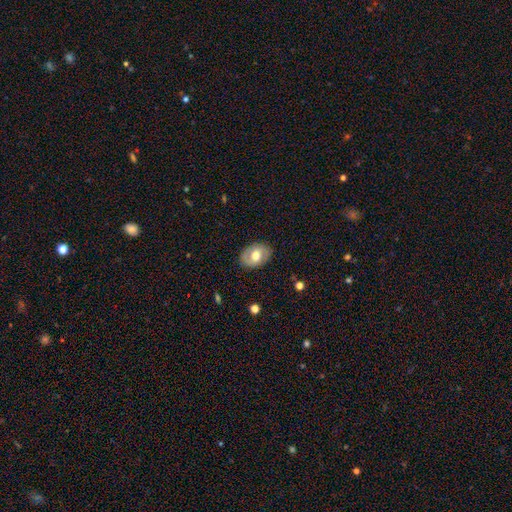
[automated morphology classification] type=smooth (63%); roundness=in between (74%); merging=none (85%).